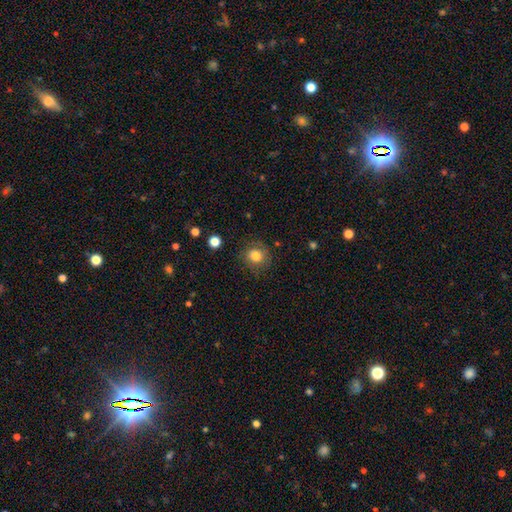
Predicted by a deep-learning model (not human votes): Smooth or featured?
  - smooth: 78% *
  - featured or disk: 12%
  - star or artifact: 10%
How rounded?
  - round: 82% *
  - in between: 17%
  - cigar-shaped: 1%
Merging?
  - none: 76% *
  - minor disturbance: 16%
  - major disturbance: 7%
  - merger: 1%